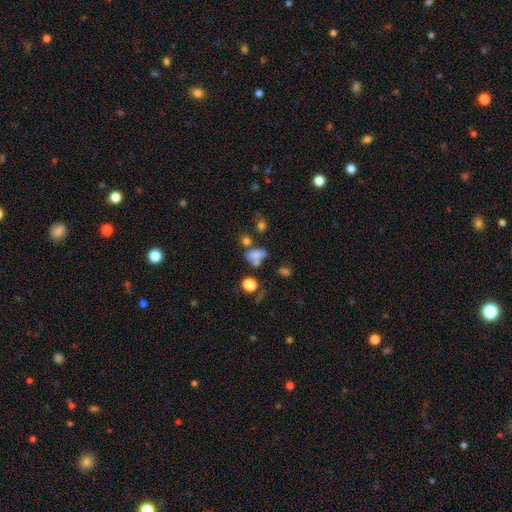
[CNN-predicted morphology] type=smooth (65%); roundness=in between (66%); merging=none (36%).